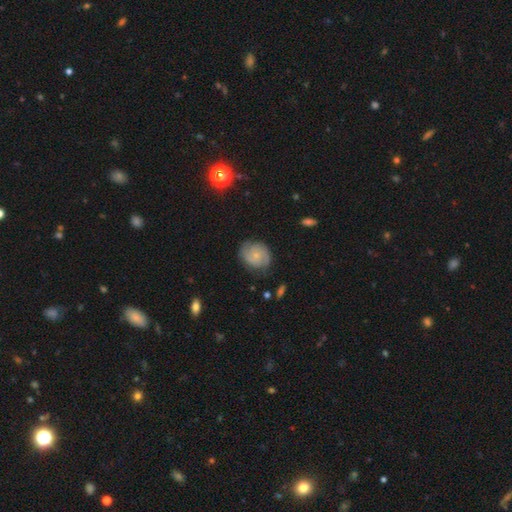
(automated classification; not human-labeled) The model was most divided on "spiral winding": tight: 53%, medium: 36%, loose: 12%. More confident: edge-on disk — no (98%); spiral arms — yes (91%); bar — no (77%); merging — none (75%); bulge size — small (75%); smooth or featured — featured or disk (67%); spiral arm count — 2 (65%).